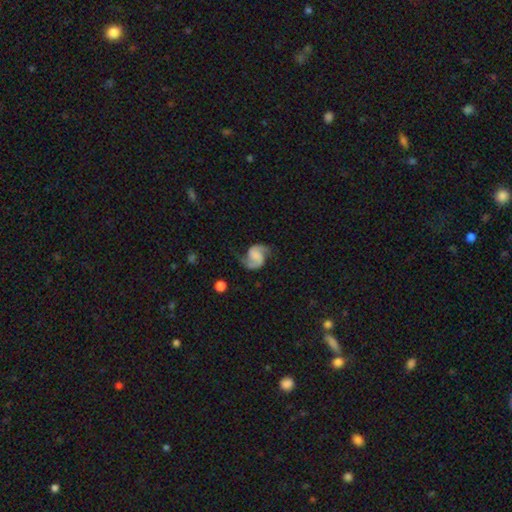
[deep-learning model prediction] Smooth or featured?
  - featured or disk: 84% *
  - smooth: 10%
  - star or artifact: 6%
Edge-on disk?
  - no: 98% *
  - yes: 2%
Bar?
  - no: 55% *
  - weak: 33%
  - strong: 12%
Spiral arms?
  - yes: 97% *
  - no: 3%
Spiral winding?
  - medium: 46% *
  - loose: 39%
  - tight: 15%
Spiral arm count?
  - 2: 92% *
  - 1: 3%
  - can't tell: 2%
  - 3: 1%
  - 4: 1%
  - more than 4: 1%
Bulge size?
  - none: 64% *
  - small: 12%
  - large: 10%
  - moderate: 9%
  - dominant: 4%
Merging?
  - none: 70% *
  - minor disturbance: 18%
  - major disturbance: 10%
  - merger: 2%